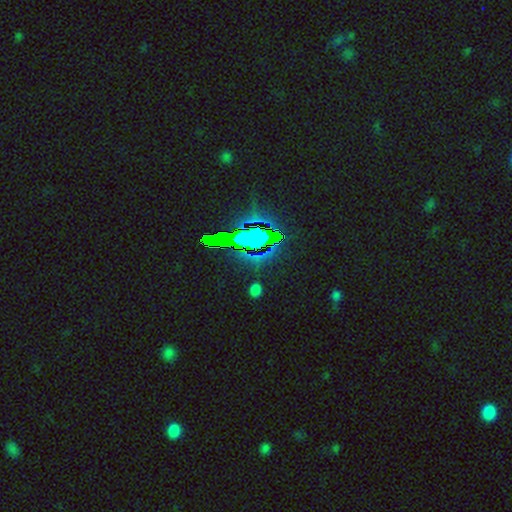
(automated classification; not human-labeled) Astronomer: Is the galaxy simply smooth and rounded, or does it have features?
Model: star or artifact — 78%.